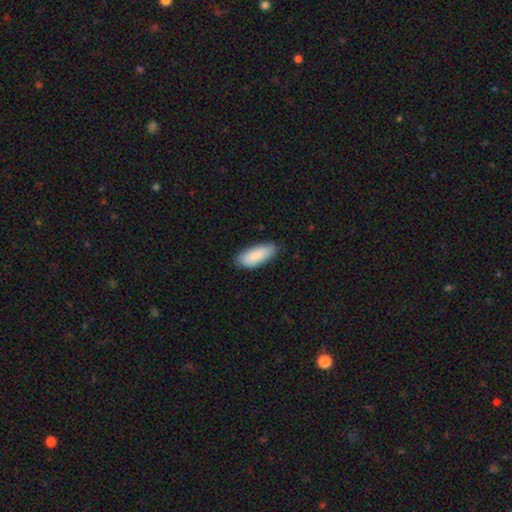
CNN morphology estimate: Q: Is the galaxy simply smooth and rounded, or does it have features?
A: smooth — 89%.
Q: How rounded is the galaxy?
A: in between — 80%.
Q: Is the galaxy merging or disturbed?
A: none — 81%.